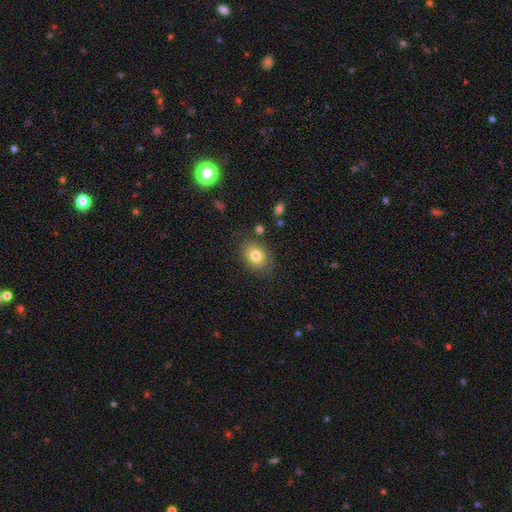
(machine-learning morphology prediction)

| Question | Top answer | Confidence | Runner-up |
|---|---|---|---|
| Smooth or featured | smooth | 80% | featured or disk (10%) |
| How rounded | in between | 54% | round (45%) |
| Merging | none | 82% | minor disturbance (12%) |